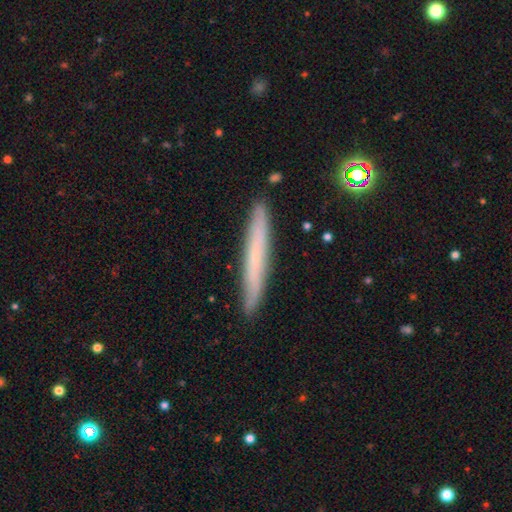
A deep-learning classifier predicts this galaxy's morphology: smooth 54%, featured or disk 38%, star or artifact 8%. Down the decision tree: how rounded — cigar-shaped (96%); merging — none (90%).